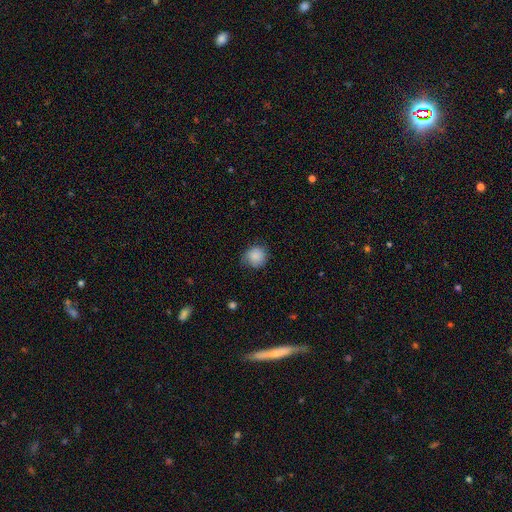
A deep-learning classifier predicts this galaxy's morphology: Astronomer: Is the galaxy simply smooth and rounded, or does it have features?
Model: smooth — 86%.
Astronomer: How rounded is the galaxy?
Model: round — 87%.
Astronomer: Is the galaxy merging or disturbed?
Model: none — 70%.